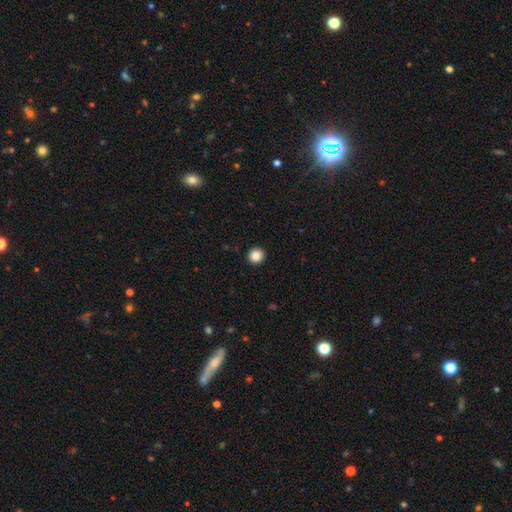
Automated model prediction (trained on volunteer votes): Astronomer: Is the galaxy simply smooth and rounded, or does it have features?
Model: smooth — 87%.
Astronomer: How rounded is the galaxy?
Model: round — 93%.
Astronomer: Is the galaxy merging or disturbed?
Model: none — 93%.